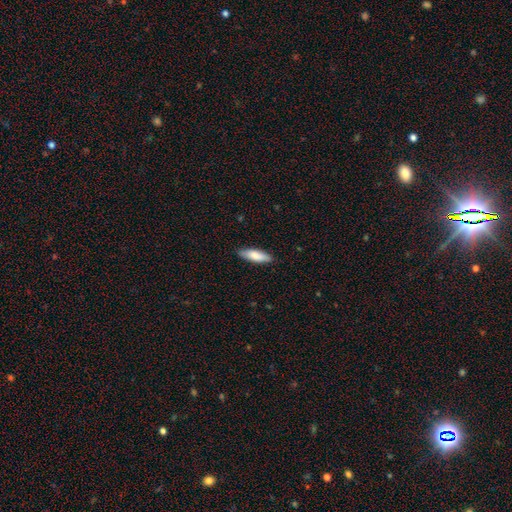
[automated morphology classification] This appears to be a smooth galaxy with no disk features (80%) that is cigar-shaped (54%). Merging: none (87%).